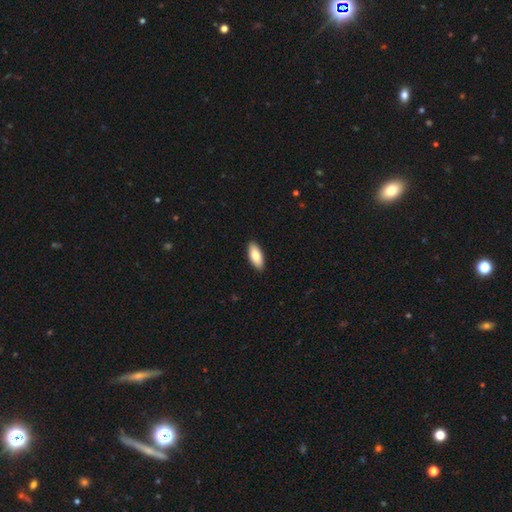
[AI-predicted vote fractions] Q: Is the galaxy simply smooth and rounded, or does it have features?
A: smooth — 83%.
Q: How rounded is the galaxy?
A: in between — 85%.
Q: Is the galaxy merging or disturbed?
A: none — 90%.